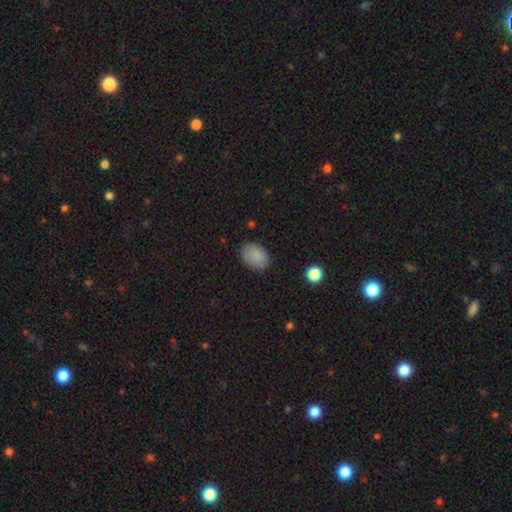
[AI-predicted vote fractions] Smooth or featured? Predicted: smooth (p=0.87). How rounded? Predicted: in between (p=0.75). Merging? Predicted: none (p=0.84).